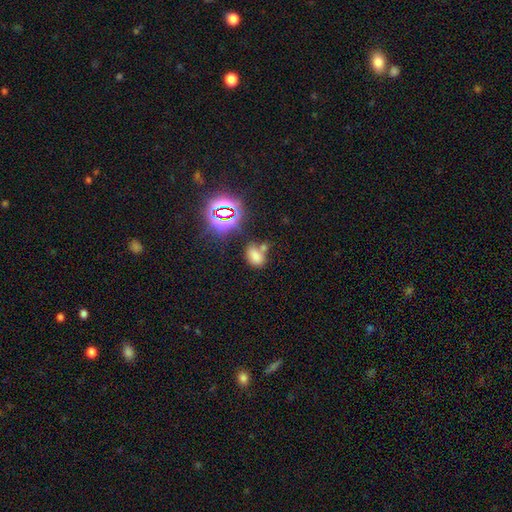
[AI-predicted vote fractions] Smooth or featured? smooth (68%)
How rounded? in between (81%)
Merging? none (51%)